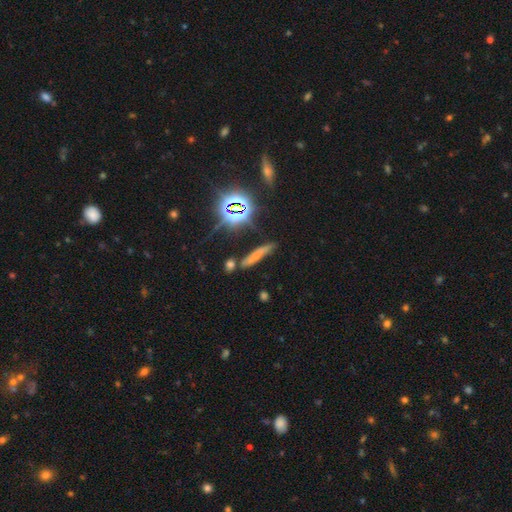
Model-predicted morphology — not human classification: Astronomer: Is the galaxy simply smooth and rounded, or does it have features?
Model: smooth — 52% (runner-up: star or artifact, 27%).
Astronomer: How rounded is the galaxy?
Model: cigar-shaped — 84%.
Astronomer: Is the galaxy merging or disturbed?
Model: none — 68%.